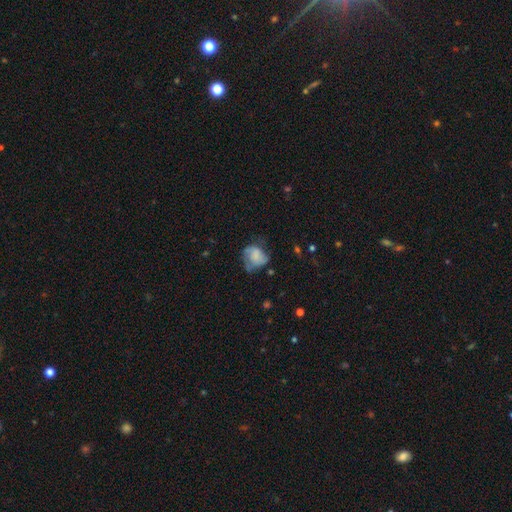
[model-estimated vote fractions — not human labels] This appears to be a smooth galaxy with no disk features (57%) that is round (53%). Merging: none (37%).